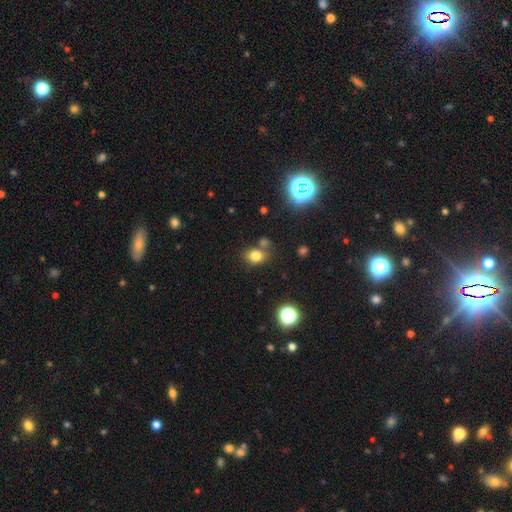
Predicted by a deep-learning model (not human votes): Q: Smooth or featured?
A: smooth (78%); runner-up: star or artifact (15%)
Q: How rounded?
A: in between (57%); runner-up: round (42%)
Q: Merging?
A: none (67%); runner-up: merger (15%)